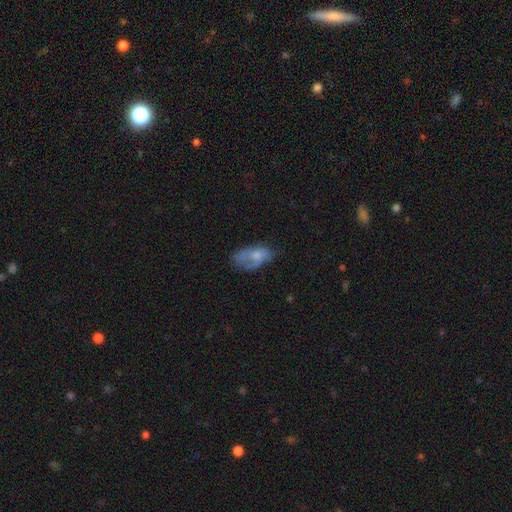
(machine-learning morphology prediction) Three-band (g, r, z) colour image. It shows a smooth galaxy with no disk features (55%) that is in between round and cigar-shaped (91%). Merging: none (38%).